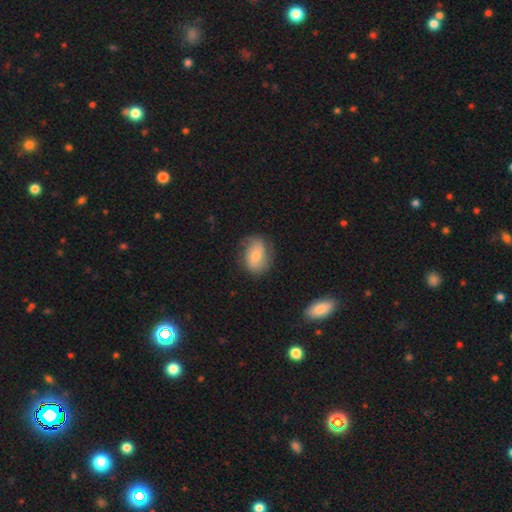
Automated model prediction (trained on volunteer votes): Smooth or featured? Predicted: smooth (p=0.54). How rounded? Predicted: in between (p=0.69). Merging? Predicted: none (p=0.64).